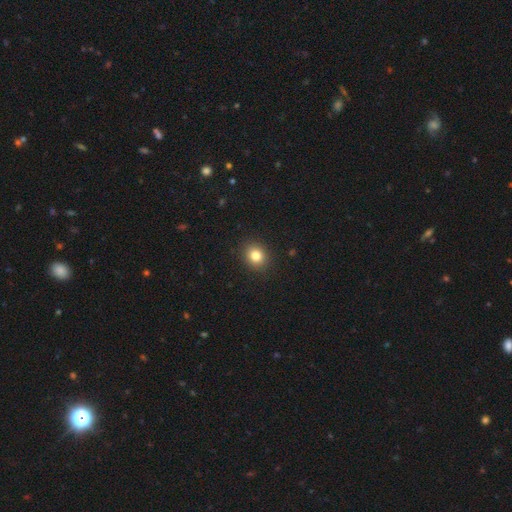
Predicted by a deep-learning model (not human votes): This is clearly a smooth galaxy (83%). How rounded: likely round (68%). Merging: clearly none (90%).